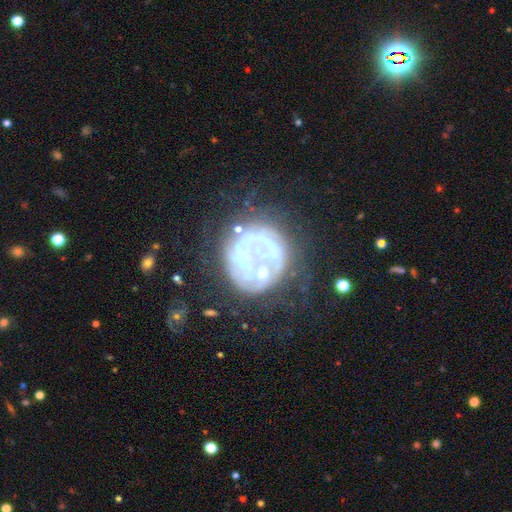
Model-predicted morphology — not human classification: type=featured or disk (64%); edge-on=no (98%); bar=no (83%); spiral arms=no (70%); bulge=none (51%); merging=none (44%).